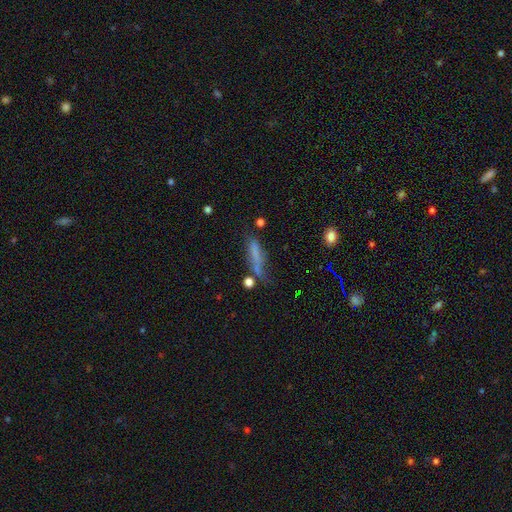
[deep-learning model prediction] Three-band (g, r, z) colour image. It shows a smooth galaxy with no disk features (59%) that is cigar-shaped (78%). Merging: none (49%).